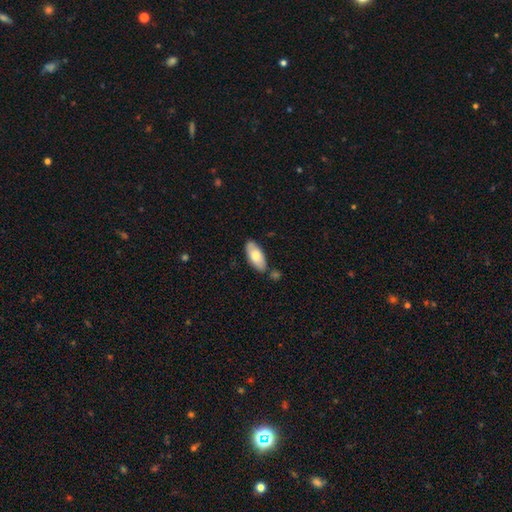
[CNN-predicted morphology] Smooth or featured? smooth (73%)
How rounded? in between (88%)
Merging? none (76%)